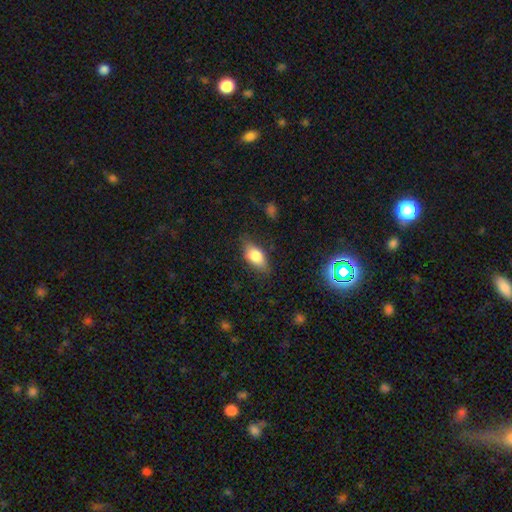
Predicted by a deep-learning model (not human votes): A smooth galaxy with no disk features (78%) that is in between round and cigar-shaped (87%). Merging: none (75%).